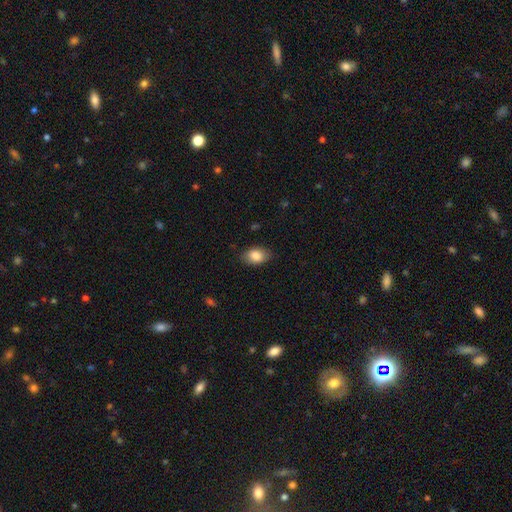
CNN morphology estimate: This is clearly a smooth galaxy (85%). How rounded: clearly in between (87%). Merging: clearly none (84%).